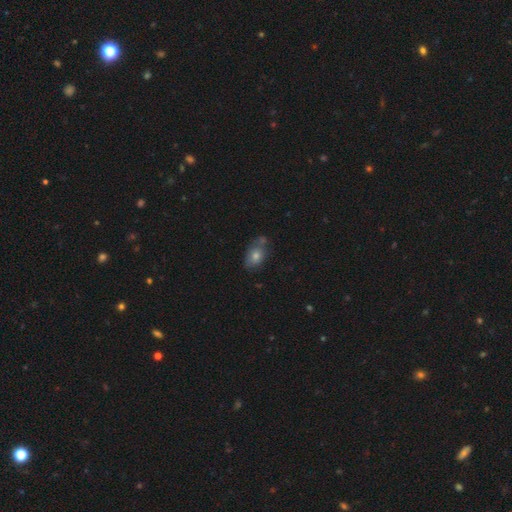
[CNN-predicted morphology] A smooth galaxy with no disk features (72%) that is in between round and cigar-shaped (79%).

Vote fractions:
- Smooth or featured? smooth: 72% / featured or disk: 16% / star or artifact: 12%
- How rounded? in between: 79% / round: 18% / cigar-shaped: 2%
- Merging? none: 60% / minor disturbance: 21% / merger: 15% / major disturbance: 5%